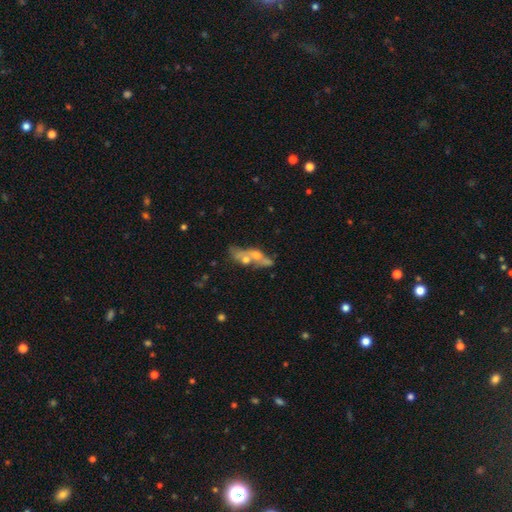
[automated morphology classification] Q: Smooth or featured?
A: featured or disk (55%); runner-up: smooth (33%)
Q: Edge-on disk?
A: no (67%); runner-up: yes (33%)
Q: Merging?
A: merger (43%); runner-up: none (34%)